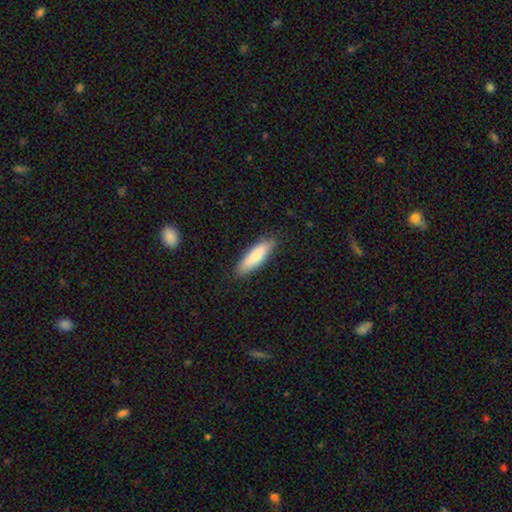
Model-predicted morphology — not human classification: type=smooth (84%); roundness=cigar-shaped (57%); merging=none (86%).